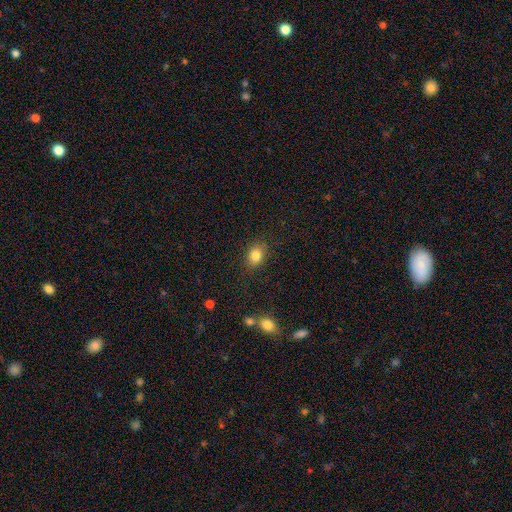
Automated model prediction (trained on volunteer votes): Smooth or featured: smooth — 83% (star or artifact — 11%)
How rounded: in between — 53% (round — 45%)
Merging: none — 84% (minor disturbance — 11%)